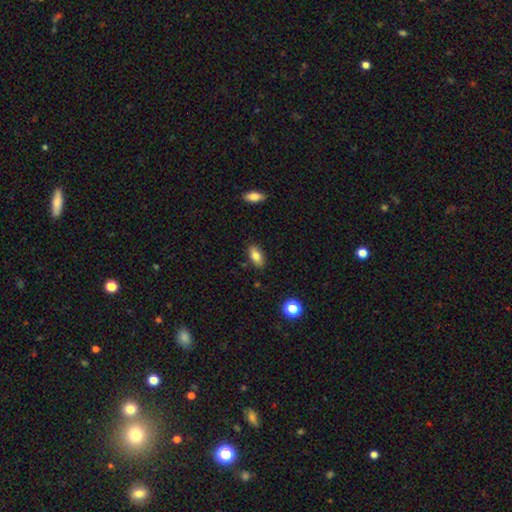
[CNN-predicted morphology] This is likely a smooth galaxy (80%). How rounded: clearly in between (87%). Merging: clearly none (87%).